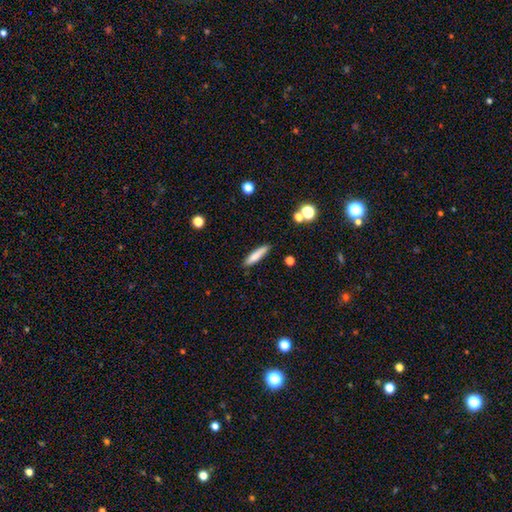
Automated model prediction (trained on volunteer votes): Q: Smooth or featured?
A: smooth (78%); runner-up: featured or disk (15%)
Q: How rounded?
A: cigar-shaped (82%); runner-up: in between (17%)
Q: Merging?
A: none (84%); runner-up: minor disturbance (11%)